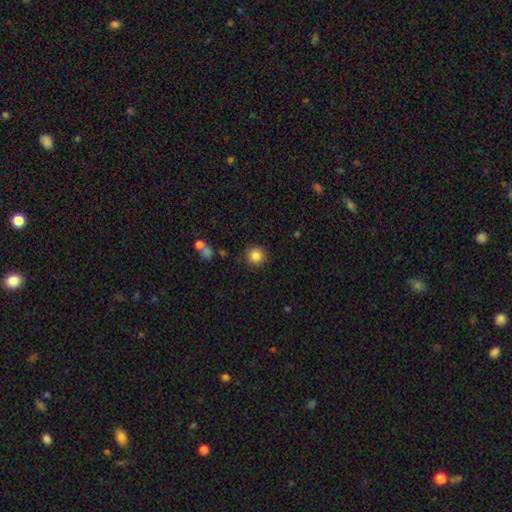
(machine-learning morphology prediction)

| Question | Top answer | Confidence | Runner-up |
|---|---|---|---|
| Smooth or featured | smooth | 85% | star or artifact (10%) |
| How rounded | round | 94% | in between (5%) |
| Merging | none | 90% | minor disturbance (6%) |